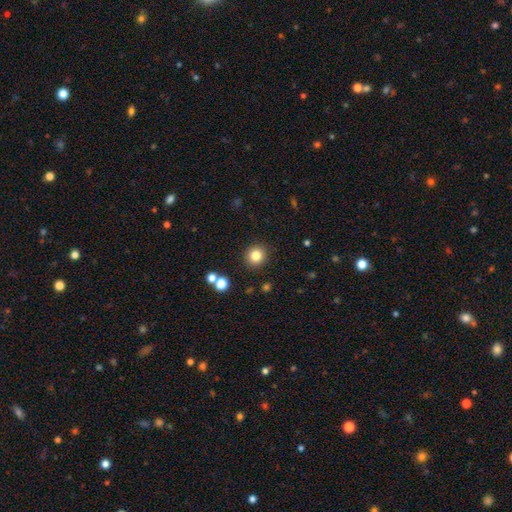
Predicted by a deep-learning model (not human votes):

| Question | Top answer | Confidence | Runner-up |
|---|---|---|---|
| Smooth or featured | smooth | 81% | star or artifact (12%) |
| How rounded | round | 92% | in between (7%) |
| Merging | none | 89% | minor disturbance (6%) |